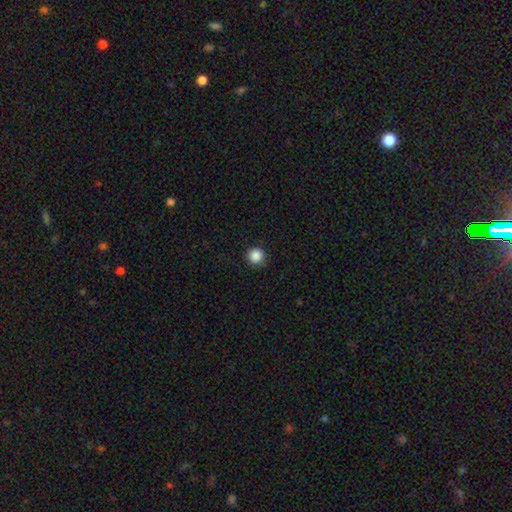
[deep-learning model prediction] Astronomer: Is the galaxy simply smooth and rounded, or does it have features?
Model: smooth — 87%.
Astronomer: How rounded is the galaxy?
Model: round — 95%.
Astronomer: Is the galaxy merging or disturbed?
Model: none — 92%.